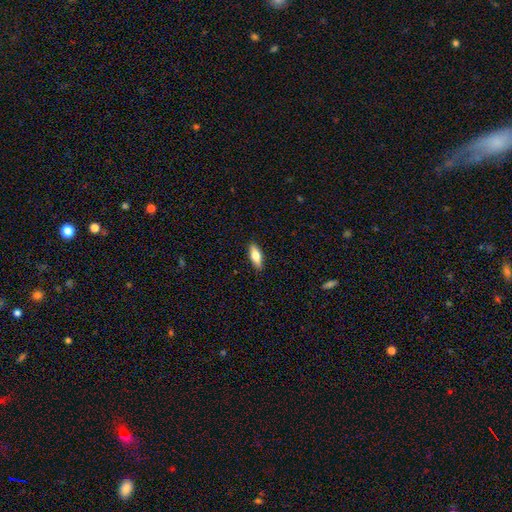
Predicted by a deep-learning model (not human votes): smooth_or_featured: smooth (p=0.72) [alt: featured or disk p=0.22]
how_rounded: in between (p=0.69) [alt: cigar-shaped p=0.28]
merging: none (p=0.89) [alt: minor disturbance p=0.09]